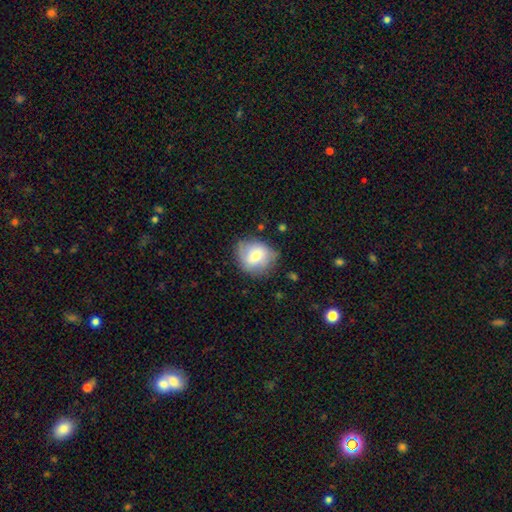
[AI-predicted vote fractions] Smooth or featured?
  - smooth: 65% *
  - featured or disk: 27%
  - star or artifact: 8%
How rounded?
  - round: 78% *
  - in between: 21%
  - cigar-shaped: 1%
Merging?
  - none: 71% *
  - minor disturbance: 21%
  - major disturbance: 6%
  - merger: 2%